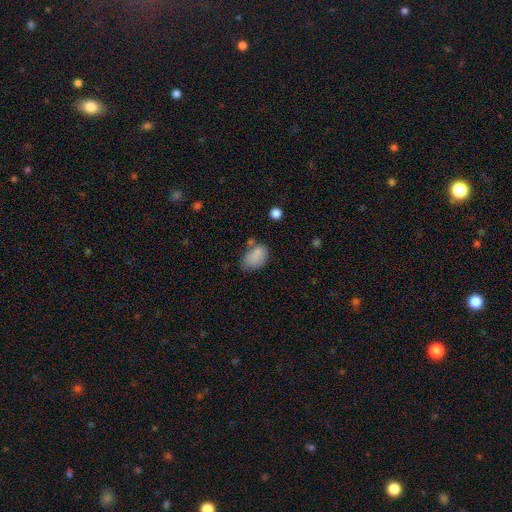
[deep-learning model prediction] This appears to be a smooth galaxy with no disk features (83%) that is in between round and cigar-shaped (85%). Merging: none (49%).